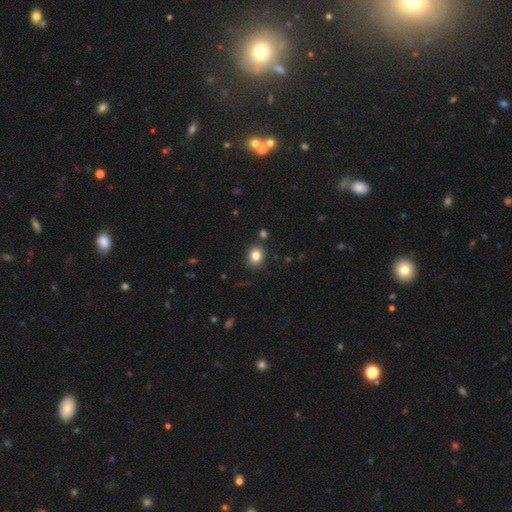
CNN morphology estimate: Smooth or featured: smooth — 83% (star or artifact — 10%)
How rounded: round — 51% (in between — 48%)
Merging: none — 84% (minor disturbance — 10%)